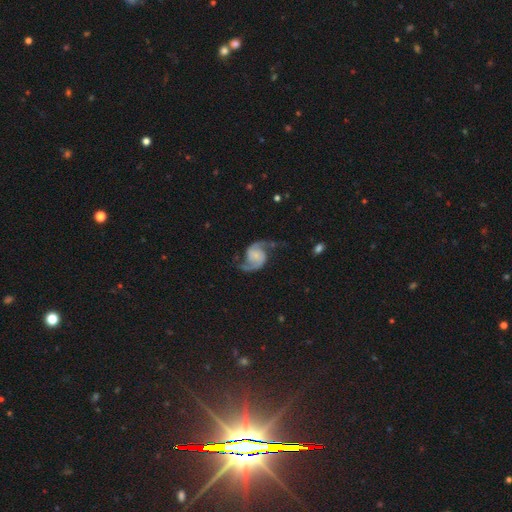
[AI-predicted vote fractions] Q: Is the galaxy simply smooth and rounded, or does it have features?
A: featured or disk — 91%.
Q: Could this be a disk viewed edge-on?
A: no — 98%.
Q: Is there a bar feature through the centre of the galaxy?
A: no — 65%.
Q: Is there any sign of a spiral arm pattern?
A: yes — 98%.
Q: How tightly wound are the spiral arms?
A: loose — 46%.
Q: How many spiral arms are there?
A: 2 — 95%.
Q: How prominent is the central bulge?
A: small — 54%.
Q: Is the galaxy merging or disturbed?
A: none — 76%.